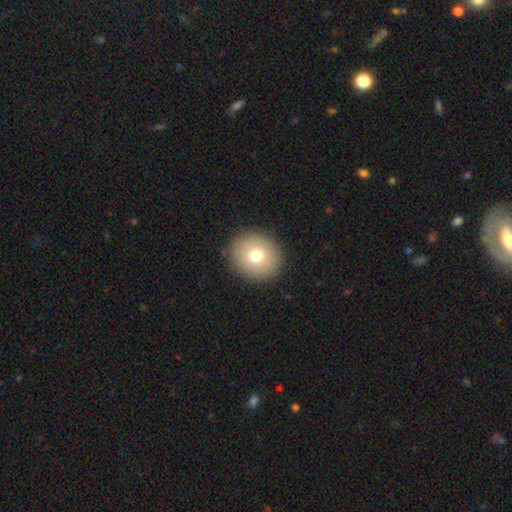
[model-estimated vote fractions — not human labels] Q: Smooth or featured?
A: smooth (73%); runner-up: featured or disk (16%)
Q: How rounded?
A: round (86%); runner-up: in between (13%)
Q: Merging?
A: none (90%); runner-up: minor disturbance (7%)